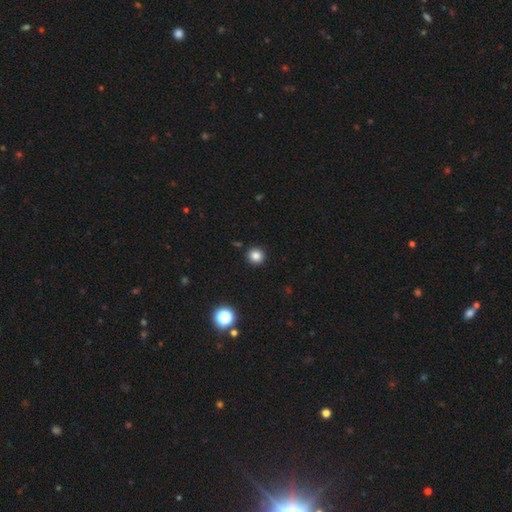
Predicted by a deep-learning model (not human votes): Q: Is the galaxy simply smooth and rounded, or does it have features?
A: smooth — 83%.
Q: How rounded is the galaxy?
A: round — 95%.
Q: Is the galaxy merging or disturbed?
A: none — 92%.